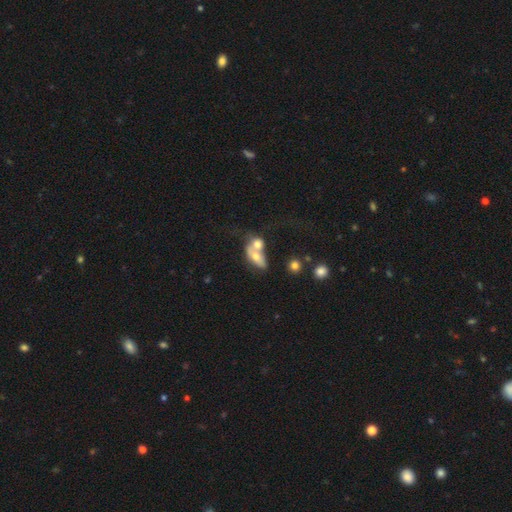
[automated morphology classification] type=smooth (56%); roundness=in between (74%); merging=merger (67%).